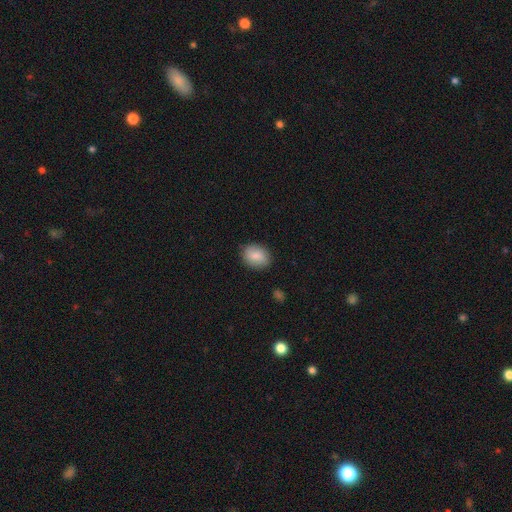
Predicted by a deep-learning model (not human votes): smooth-or-featured: smooth: 84% | featured or disk: 9% | star or artifact: 7%
  how-rounded: in between: 60% | round: 38% | cigar-shaped: 1%
  merging: none: 86% | minor disturbance: 11% | major disturbance: 2% | merger: 1%